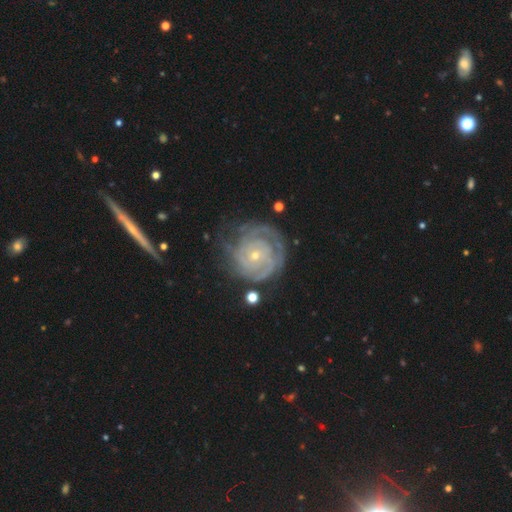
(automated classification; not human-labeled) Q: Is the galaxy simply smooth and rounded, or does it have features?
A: featured or disk — 86%.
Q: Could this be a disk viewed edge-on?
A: no — 97%.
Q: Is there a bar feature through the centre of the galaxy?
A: no — 78%.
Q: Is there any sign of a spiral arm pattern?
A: yes — 95%.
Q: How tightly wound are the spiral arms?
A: tight — 80%.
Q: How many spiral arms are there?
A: can't tell — 34%.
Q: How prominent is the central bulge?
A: small — 78%.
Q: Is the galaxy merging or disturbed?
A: none — 65%.